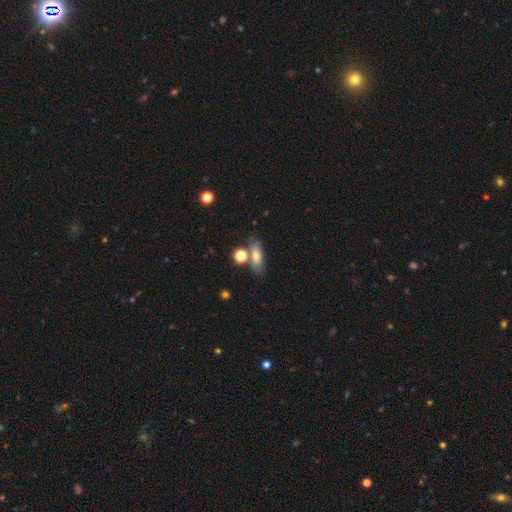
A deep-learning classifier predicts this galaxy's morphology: This appears to be a smooth galaxy with no disk features (74%) that is in between round and cigar-shaped (61%). Merging: none (65%).